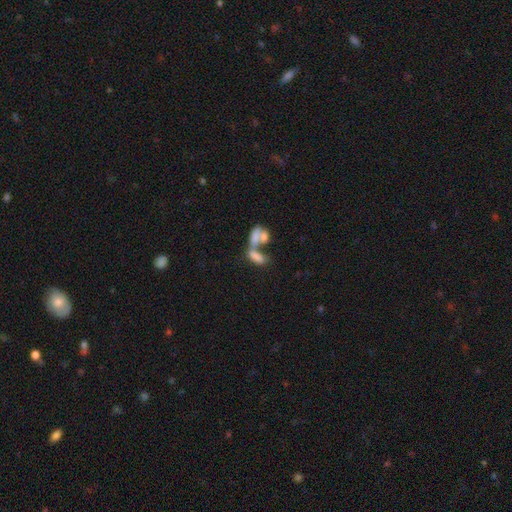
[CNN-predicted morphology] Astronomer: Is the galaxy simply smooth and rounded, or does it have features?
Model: smooth — 61%.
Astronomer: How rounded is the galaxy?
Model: in between — 81%.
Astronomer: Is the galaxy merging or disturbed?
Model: merger — 69%.